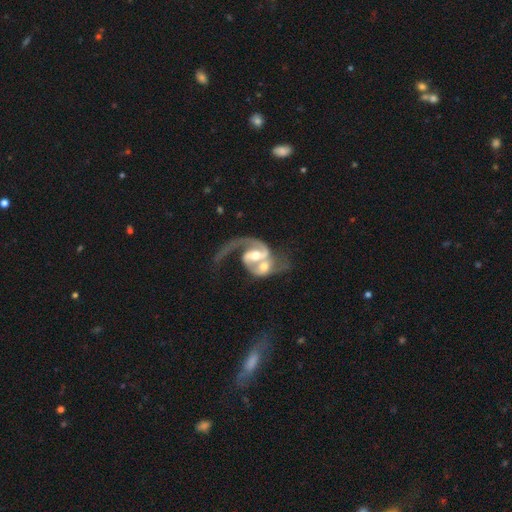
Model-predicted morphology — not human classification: featured or disk 86%, smooth 9%, star or artifact 5%. Down the decision tree: edge-on disk — no (97%); bar — weak (41%); spiral arms — yes (93%); spiral arm count — 2 (69%); spiral winding — loose (46%); bulge size — moderate (63%); merging — merger (67%).